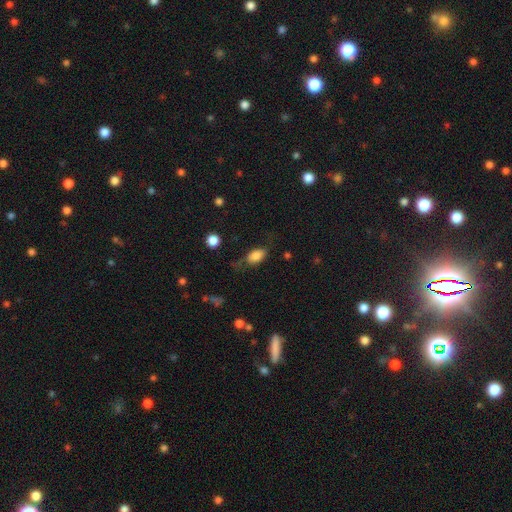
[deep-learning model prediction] This is clearly a smooth galaxy (82%). How rounded: clearly in between (89%). Merging: likely none (60%).